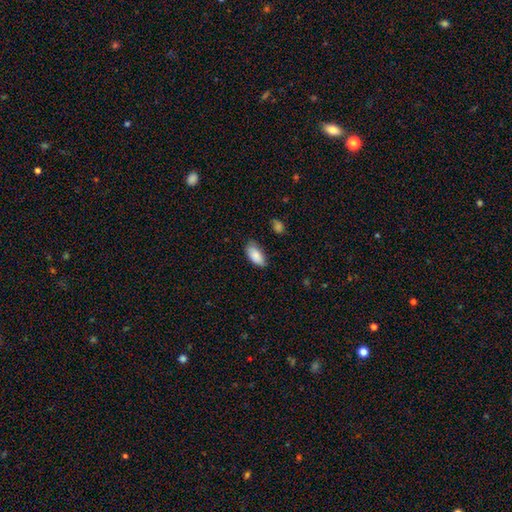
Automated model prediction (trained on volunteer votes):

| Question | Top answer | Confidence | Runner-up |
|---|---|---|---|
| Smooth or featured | smooth | 86% | featured or disk (8%) |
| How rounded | in between | 92% | cigar-shaped (6%) |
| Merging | none | 71% | minor disturbance (24%) |